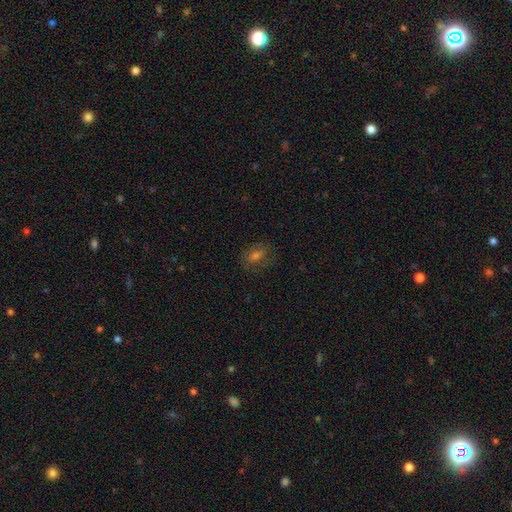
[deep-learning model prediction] smooth-or-featured: smooth: 54% | featured or disk: 24% | star or artifact: 22%
  how-rounded: in between: 65% | round: 32% | cigar-shaped: 3%
  merging: none: 77% | minor disturbance: 15% | major disturbance: 7% | merger: 1%